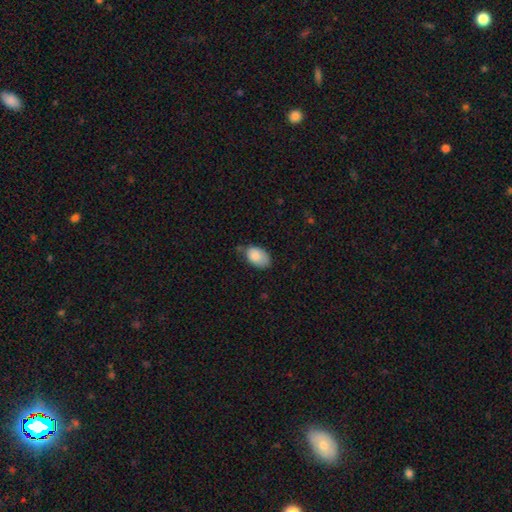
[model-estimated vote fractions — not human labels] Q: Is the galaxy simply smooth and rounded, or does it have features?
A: smooth — 83%.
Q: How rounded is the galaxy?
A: in between — 90%.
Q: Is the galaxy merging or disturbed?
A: none — 53%.